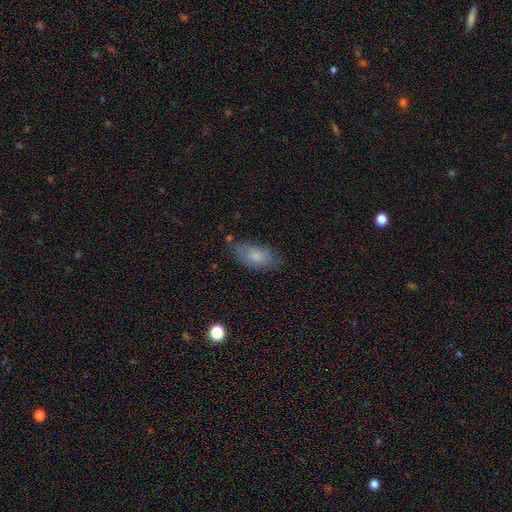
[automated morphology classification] Overall: smooth (77%). How rounded: in between (90%). Merging: none (66%).